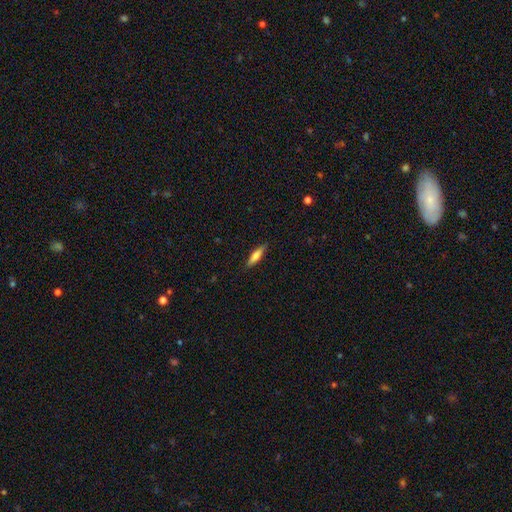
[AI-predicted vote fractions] smooth-or-featured: smooth: 65% | featured or disk: 29% | star or artifact: 6%
  how-rounded: cigar-shaped: 74% | in between: 25% | round: 2%
  merging: none: 87% | minor disturbance: 10% | major disturbance: 2% | merger: 1%